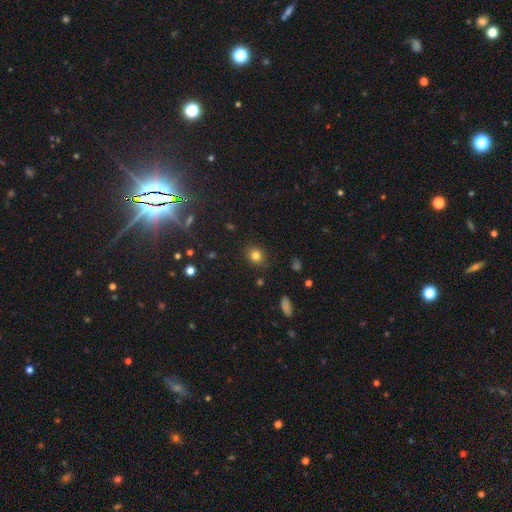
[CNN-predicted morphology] Smooth or featured? Predicted: smooth (p=0.79). How rounded? Predicted: round (p=0.75). Merging? Predicted: none (p=0.86).